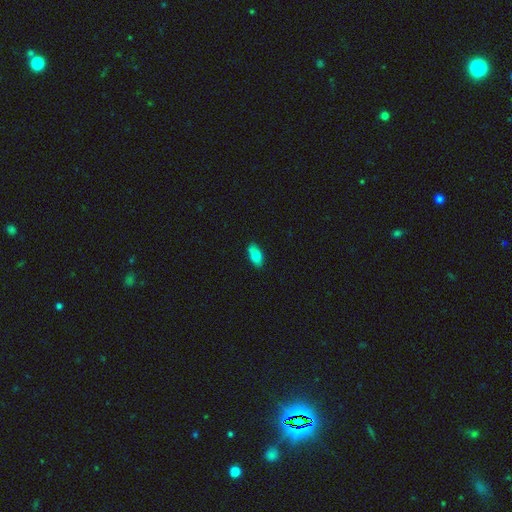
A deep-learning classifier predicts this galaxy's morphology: Smooth or featured?
  - smooth: 77% *
  - featured or disk: 16%
  - star or artifact: 7%
How rounded?
  - in between: 89% *
  - cigar-shaped: 7%
  - round: 3%
Merging?
  - none: 83% *
  - minor disturbance: 14%
  - major disturbance: 2%
  - merger: 2%